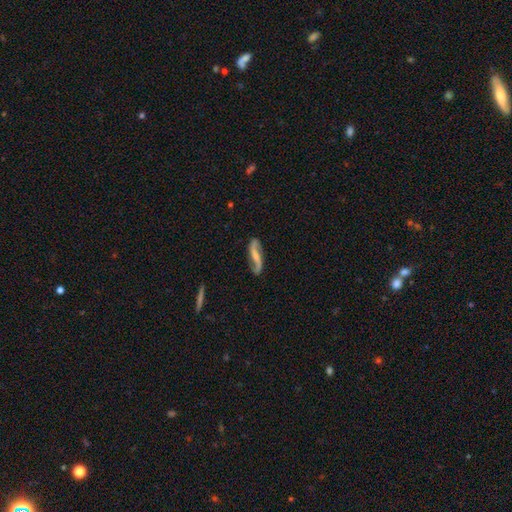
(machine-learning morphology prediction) This appears to be a featured or disk galaxy (82%) with a weak bar (37%), 2 (93%) loose (76%) spiral arms (95%) and no central bulge (41%). Merging: none (78%).